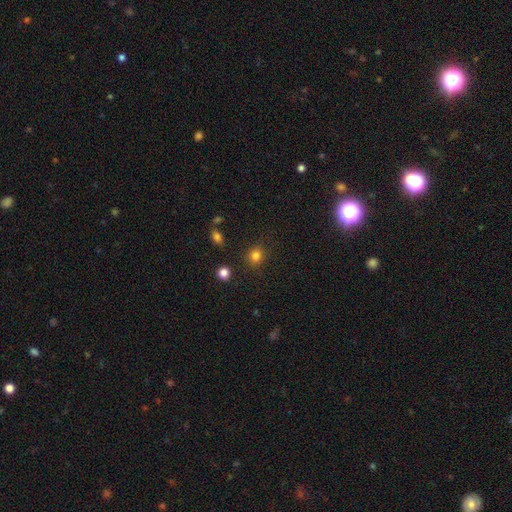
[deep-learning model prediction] smooth-or-featured: smooth: 82% | star or artifact: 13% | featured or disk: 5%
  how-rounded: round: 84% | in between: 15% | cigar-shaped: 1%
  merging: none: 86% | minor disturbance: 9% | major disturbance: 3% | merger: 2%